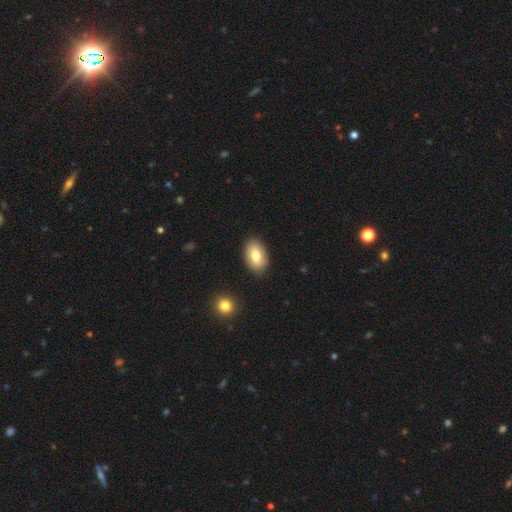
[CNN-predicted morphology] type=smooth (79%); roundness=in between (91%); merging=none (88%).